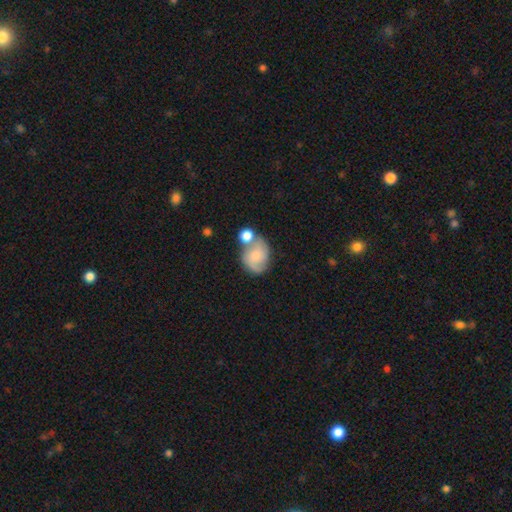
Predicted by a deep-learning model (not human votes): smooth_or_featured: featured or disk (p=0.51) [alt: smooth p=0.41]
disk_edge_on: no (p=0.97) [alt: yes p=0.03]
merging: none (p=0.40) [alt: merger p=0.34]